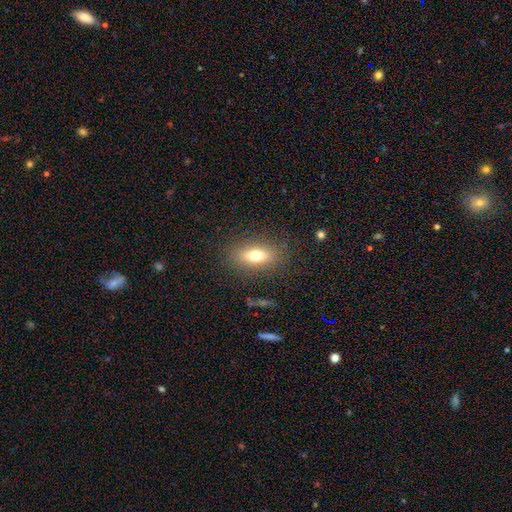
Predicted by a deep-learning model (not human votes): The model was most divided on "smooth or featured": smooth: 69%, featured or disk: 20%, star or artifact: 11%. More confident: merging — none (84%); how rounded — in between (76%).